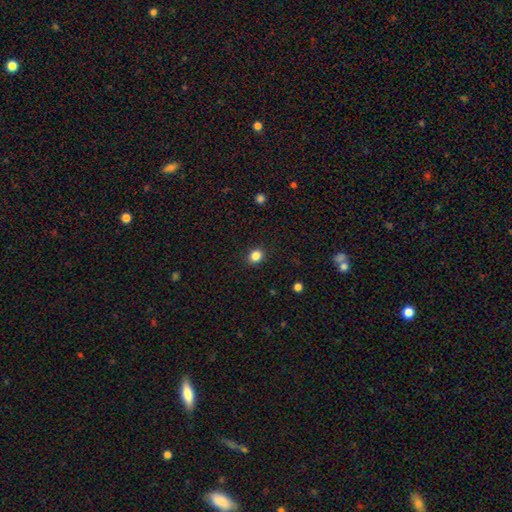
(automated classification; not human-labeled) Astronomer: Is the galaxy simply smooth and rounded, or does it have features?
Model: smooth — 85%.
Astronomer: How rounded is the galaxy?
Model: round — 53% (runner-up: in between, 46%).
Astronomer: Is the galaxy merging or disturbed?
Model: none — 90%.